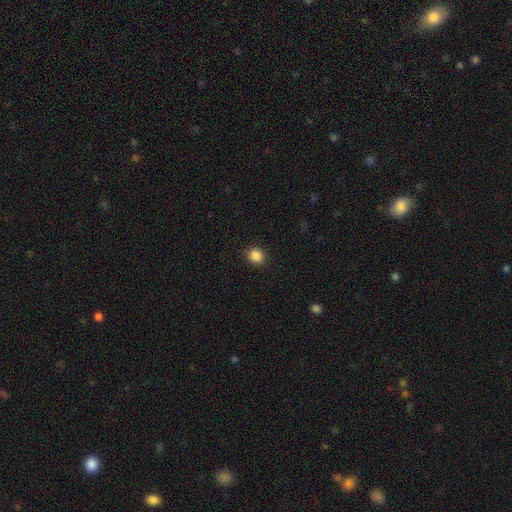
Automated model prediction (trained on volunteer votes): smooth-or-featured: smooth: 87% | star or artifact: 10% | featured or disk: 3%
  how-rounded: round: 83% | in between: 16% | cigar-shaped: 1%
  merging: none: 91% | minor disturbance: 6% | major disturbance: 2% | merger: 1%